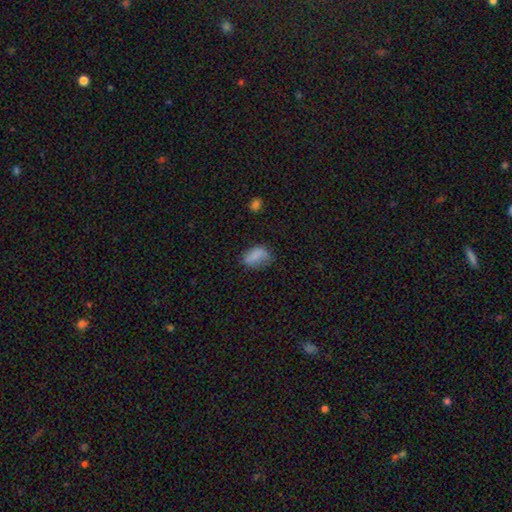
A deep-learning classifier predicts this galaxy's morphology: A smooth galaxy with no disk features (80%) that is in between round and cigar-shaped (88%).

Vote fractions:
- Smooth or featured? smooth: 80% / star or artifact: 10% / featured or disk: 9%
- How rounded? in between: 88% / round: 10% / cigar-shaped: 2%
- Merging? none: 54% / minor disturbance: 31% / major disturbance: 13% / merger: 2%